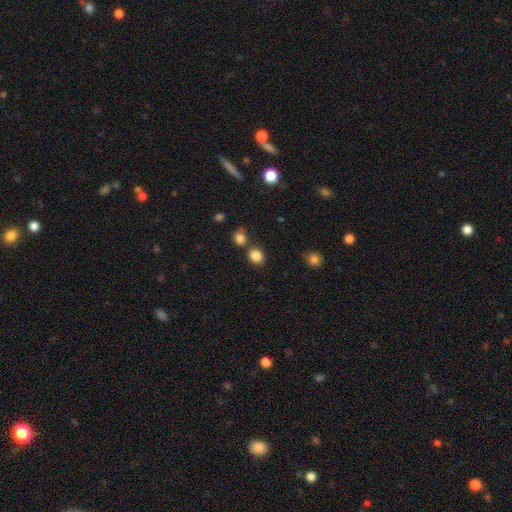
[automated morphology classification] This is clearly a smooth galaxy (85%). How rounded: likely round (70%). Merging: likely none (71%).